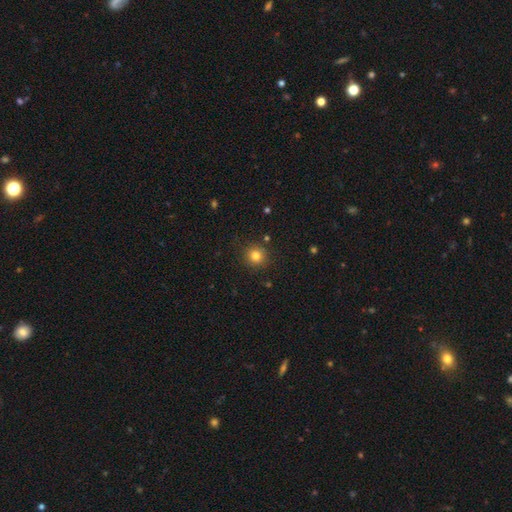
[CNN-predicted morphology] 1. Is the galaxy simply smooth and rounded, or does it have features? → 81% smooth, 13% star or artifact, 6% featured or disk.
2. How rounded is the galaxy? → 92% round, 7% in between, 1% cigar-shaped.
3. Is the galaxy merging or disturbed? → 88% none, 8% minor disturbance, 3% major disturbance, 2% merger.